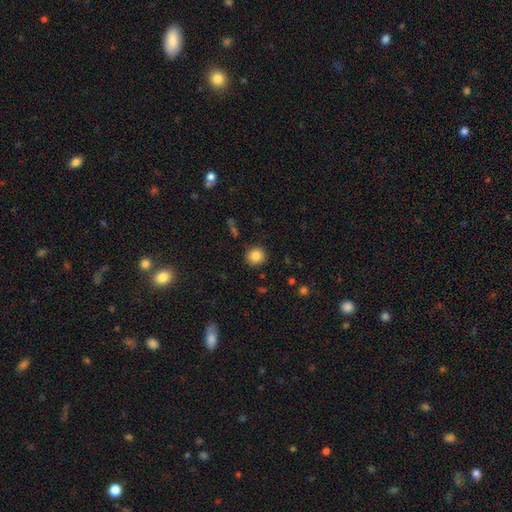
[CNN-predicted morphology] type=smooth (84%); roundness=round (93%); merging=none (91%).